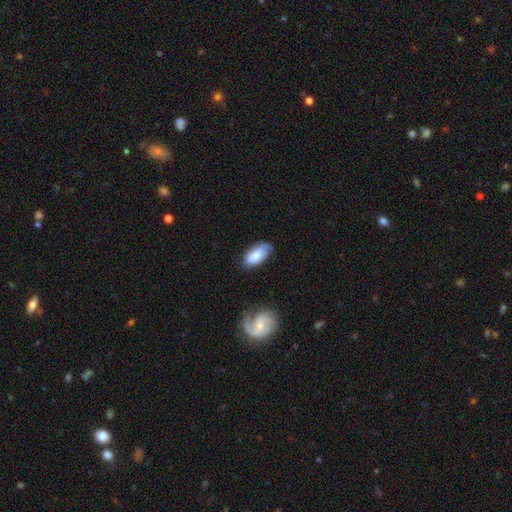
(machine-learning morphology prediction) Smooth or featured?
  - smooth: 65% *
  - featured or disk: 28%
  - star or artifact: 7%
How rounded?
  - in between: 92% *
  - cigar-shaped: 4%
  - round: 3%
Merging?
  - none: 61% *
  - minor disturbance: 28%
  - major disturbance: 7%
  - merger: 3%